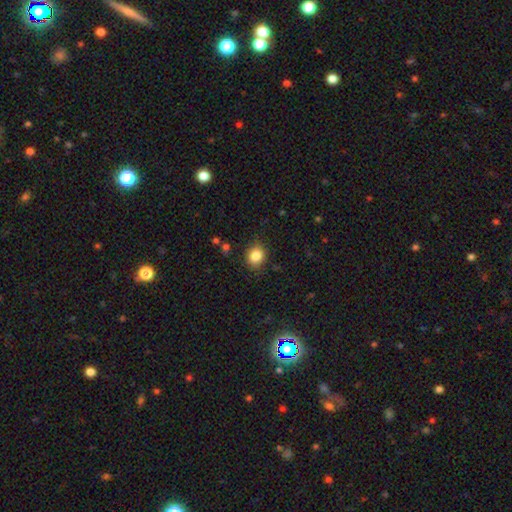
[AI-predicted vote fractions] Smooth or featured: smooth — 84% (star or artifact — 10%)
How rounded: round — 71% (in between — 28%)
Merging: none — 84% (minor disturbance — 12%)